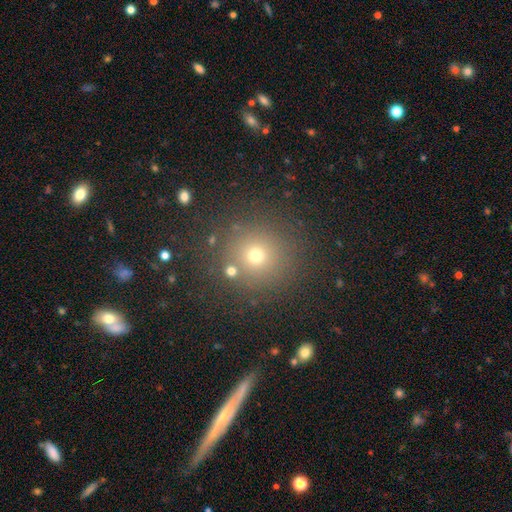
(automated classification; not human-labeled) smooth 65%, star or artifact 24%, featured or disk 11%. Down the decision tree: how rounded — round (93%); merging — none (86%).